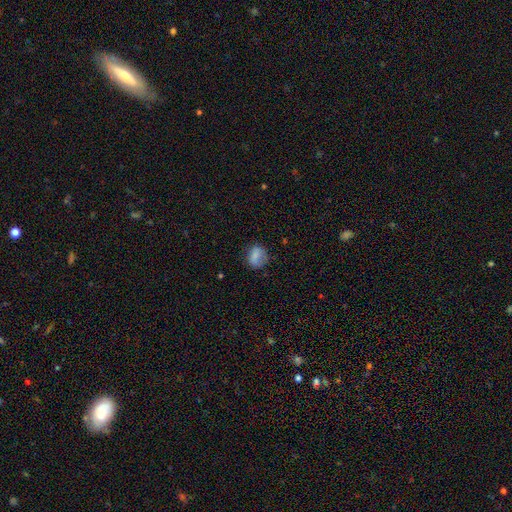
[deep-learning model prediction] Smooth or featured? smooth (76%)
How rounded? round (60%)
Merging? none (63%)